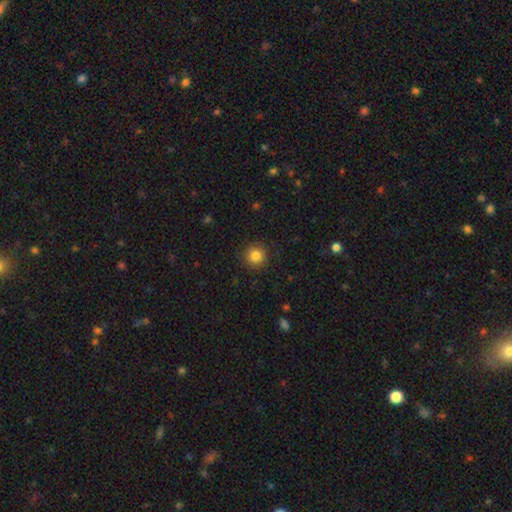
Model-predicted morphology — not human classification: Smooth or featured? smooth (84%)
How rounded? round (95%)
Merging? none (91%)